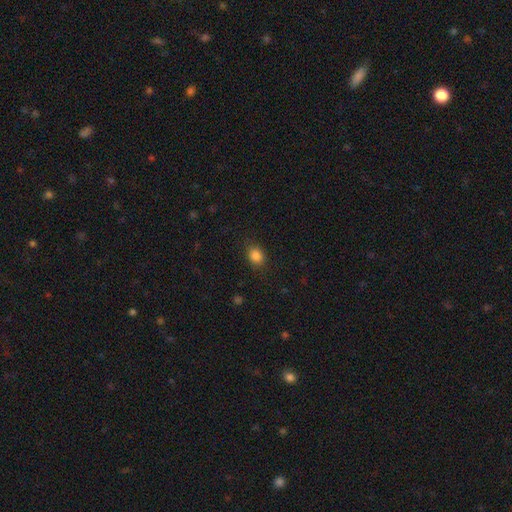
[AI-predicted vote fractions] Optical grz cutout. It shows a smooth galaxy with no disk features (85%) that is round (54%). Merging: none (84%).